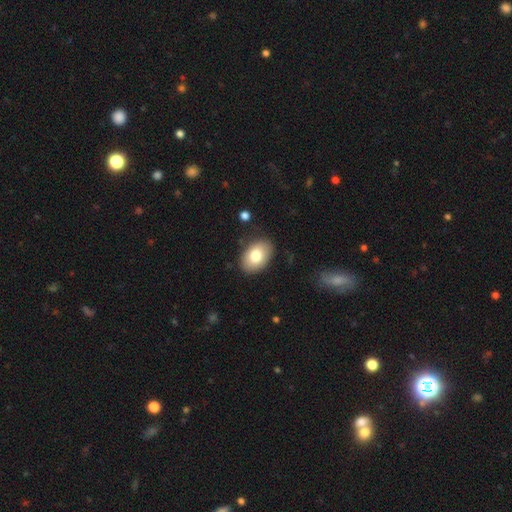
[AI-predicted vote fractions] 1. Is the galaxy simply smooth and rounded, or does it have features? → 80% smooth, 13% featured or disk, 7% star or artifact.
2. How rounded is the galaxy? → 89% in between, 10% round, 1% cigar-shaped.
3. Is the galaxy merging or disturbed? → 85% none, 11% minor disturbance, 3% major disturbance, 1% merger.